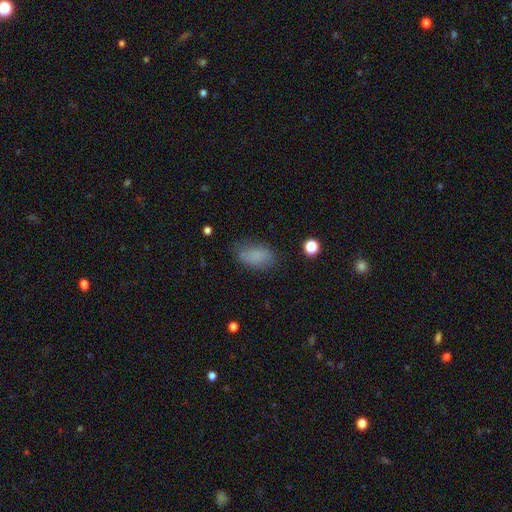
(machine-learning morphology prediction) A smooth galaxy with no disk features (81%) that is in between round and cigar-shaped (90%). Merging: none (71%).